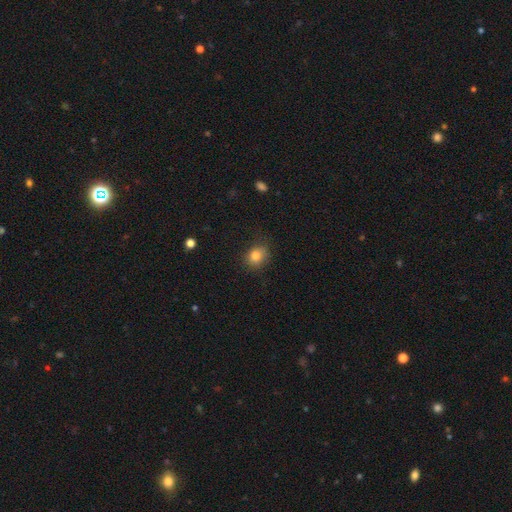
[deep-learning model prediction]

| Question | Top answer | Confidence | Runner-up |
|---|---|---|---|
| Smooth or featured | smooth | 82% | star or artifact (11%) |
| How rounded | round | 67% | in between (32%) |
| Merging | none | 79% | minor disturbance (15%) |